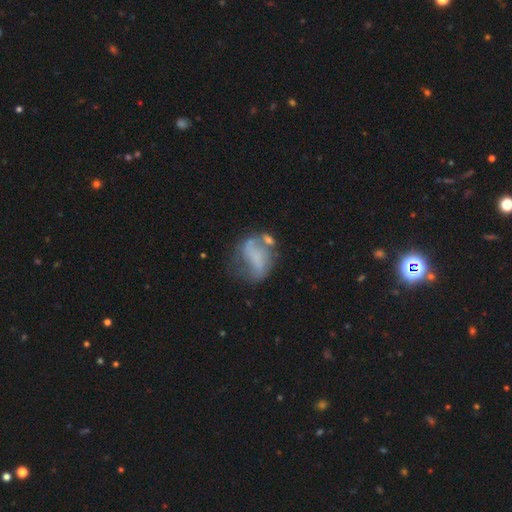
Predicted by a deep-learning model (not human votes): This appears to be a featured or disk galaxy (57%) with no bar (56%), no spiral arms (52%) and no central bulge (71%). Merging: none (34%).